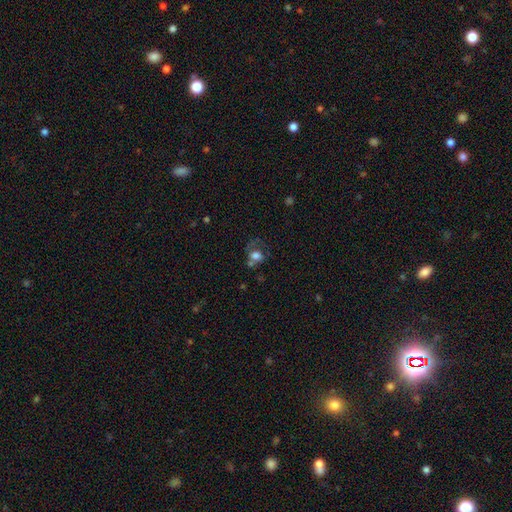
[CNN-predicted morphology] smooth-or-featured: smooth: 60% | featured or disk: 28% | star or artifact: 12%
  how-rounded: round: 51% | in between: 48% | cigar-shaped: 1%
  merging: none: 33% | major disturbance: 27% | merger: 22% | minor disturbance: 19%